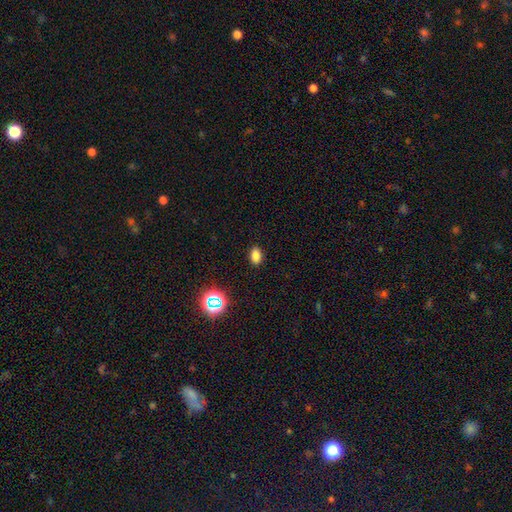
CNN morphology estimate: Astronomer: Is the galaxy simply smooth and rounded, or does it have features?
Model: smooth — 80%.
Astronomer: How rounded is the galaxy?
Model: in between — 85%.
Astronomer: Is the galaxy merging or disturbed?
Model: none — 88%.